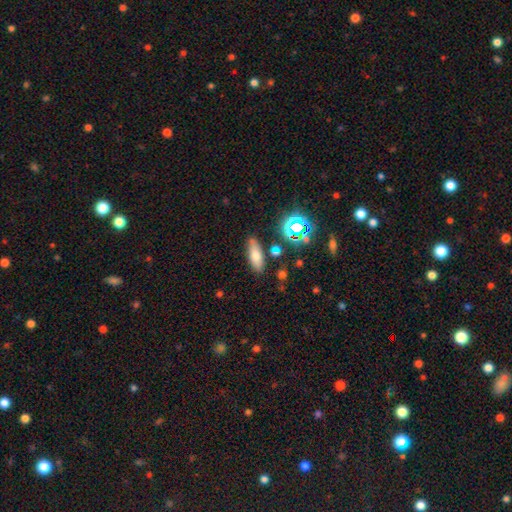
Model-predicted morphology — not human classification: A smooth galaxy with no disk features (68%) that is in between round and cigar-shaped (62%).

Vote fractions:
- Smooth or featured? smooth: 68% / star or artifact: 16% / featured or disk: 16%
- How rounded? in between: 62% / cigar-shaped: 33% / round: 5%
- Merging? none: 79% / minor disturbance: 12% / merger: 5% / major disturbance: 3%